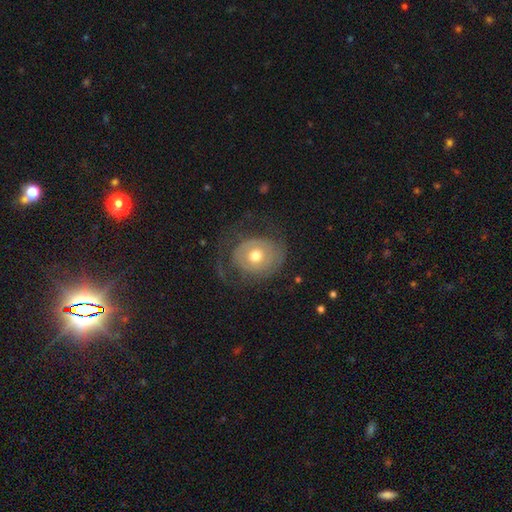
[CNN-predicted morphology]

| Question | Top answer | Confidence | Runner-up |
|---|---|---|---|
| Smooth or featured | featured or disk | 59% | smooth (34%) |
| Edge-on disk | no | 96% | yes (4%) |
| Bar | no | 85% | weak (12%) |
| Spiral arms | yes | 56% | no (44%) |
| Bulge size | moderate | 73% | small (16%) |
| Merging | none | 55% | major disturbance (26%) |